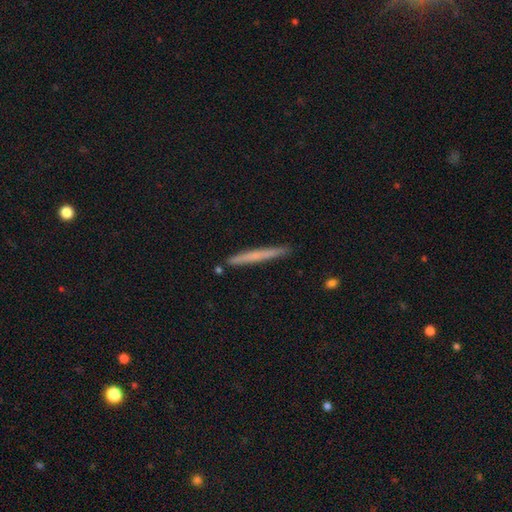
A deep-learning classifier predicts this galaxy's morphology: smooth_or_featured: smooth (p=0.56) [alt: featured or disk p=0.37]
how_rounded: cigar-shaped (p=0.97) [alt: in between p=0.02]
merging: none (p=0.89) [alt: minor disturbance p=0.07]